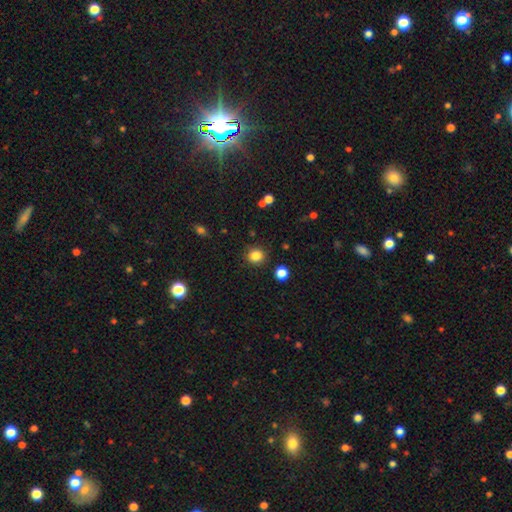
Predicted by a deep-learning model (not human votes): Q: Smooth or featured?
A: smooth (84%); runner-up: star or artifact (12%)
Q: How rounded?
A: round (88%); runner-up: in between (11%)
Q: Merging?
A: none (89%); runner-up: minor disturbance (7%)